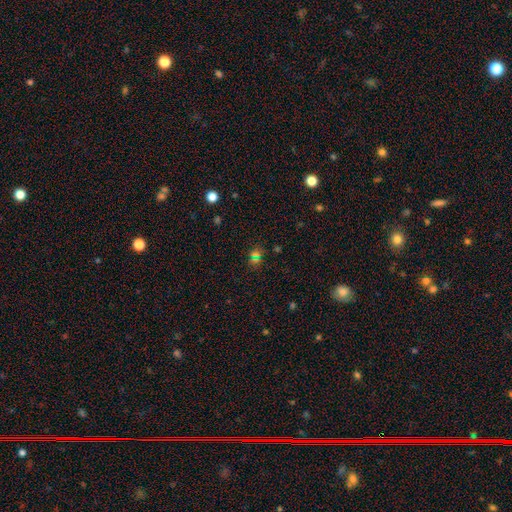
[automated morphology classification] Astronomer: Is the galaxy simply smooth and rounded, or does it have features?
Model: smooth — 48% (runner-up: star or artifact, 43%).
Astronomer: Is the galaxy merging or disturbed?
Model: none — 80%.